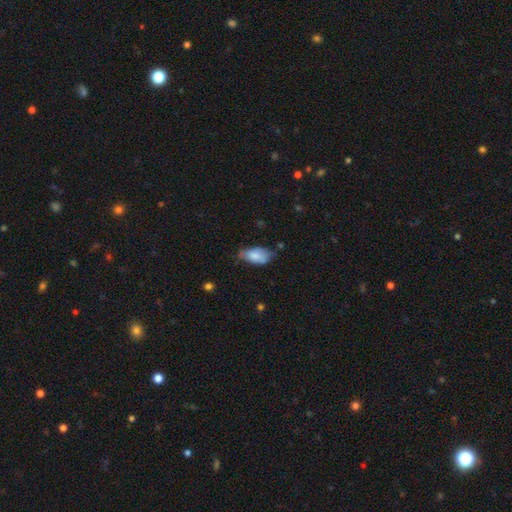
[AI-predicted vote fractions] Smooth or featured: smooth — 78% (featured or disk — 15%)
How rounded: in between — 92% (cigar-shaped — 4%)
Merging: none — 47% (minor disturbance — 40%)